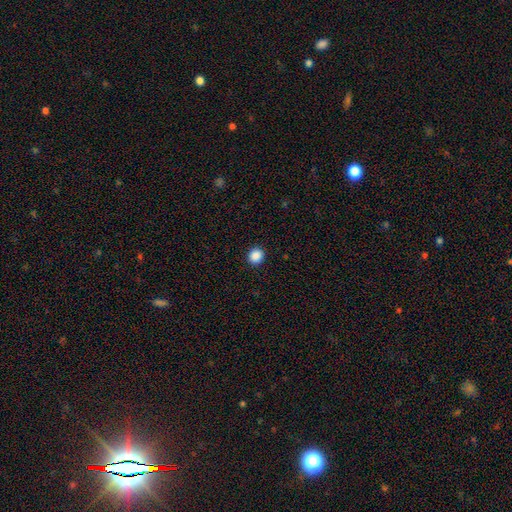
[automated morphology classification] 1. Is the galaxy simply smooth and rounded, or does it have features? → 88% smooth, 9% star or artifact, 2% featured or disk.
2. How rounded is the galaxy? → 85% round, 14% in between, 1% cigar-shaped.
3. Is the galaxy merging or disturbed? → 92% none, 5% minor disturbance, 2% major disturbance, 1% merger.